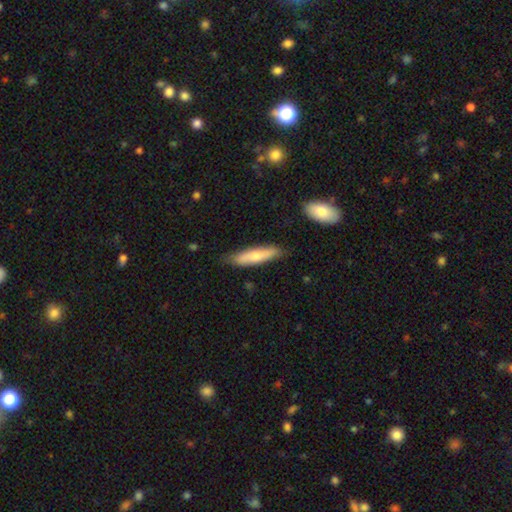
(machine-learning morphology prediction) Smooth or featured? smooth (67%)
How rounded? cigar-shaped (71%)
Merging? none (79%)